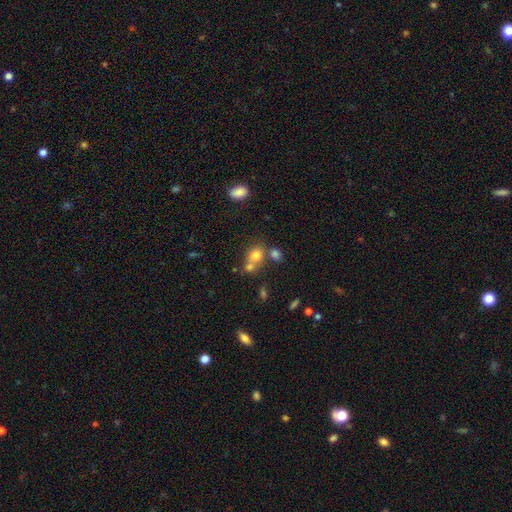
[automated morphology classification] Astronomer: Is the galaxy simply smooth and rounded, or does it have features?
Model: smooth — 75%.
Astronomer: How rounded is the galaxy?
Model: round — 63%.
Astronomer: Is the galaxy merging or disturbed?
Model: none — 45% (runner-up: merger, 40%).